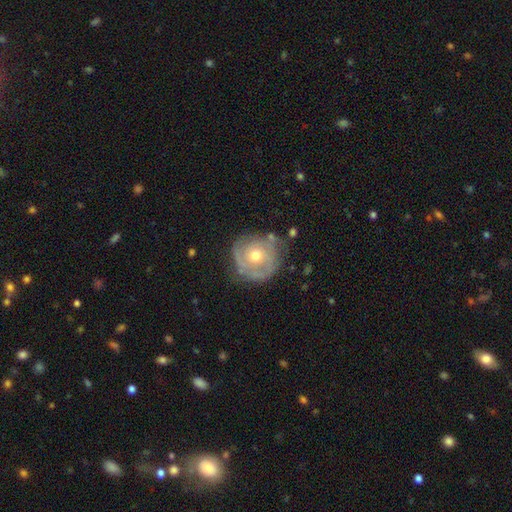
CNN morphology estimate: Smooth or featured? Predicted: featured or disk (p=0.66). Edge-on disk? Predicted: no (p=0.97). Bar? Predicted: no (p=0.85). Spiral arms? Predicted: yes (p=0.69). Bulge size? Predicted: moderate (p=0.70). Merging? Predicted: none (p=0.65).